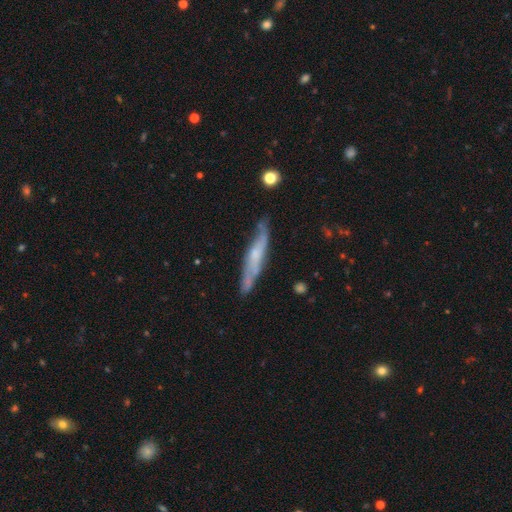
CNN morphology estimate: smooth_or_featured: featured or disk (p=0.59) [alt: smooth p=0.35]
disk_edge_on: yes (p=0.68) [alt: no p=0.32]
merging: none (p=0.71) [alt: minor disturbance p=0.21]